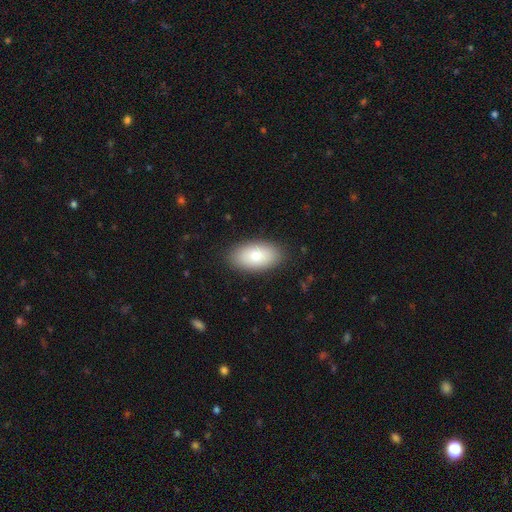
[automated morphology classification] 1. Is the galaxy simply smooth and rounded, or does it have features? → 78% smooth, 15% featured or disk, 7% star or artifact.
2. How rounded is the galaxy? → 94% in between, 4% round, 2% cigar-shaped.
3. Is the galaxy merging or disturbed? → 88% none, 9% minor disturbance, 2% major disturbance, 1% merger.